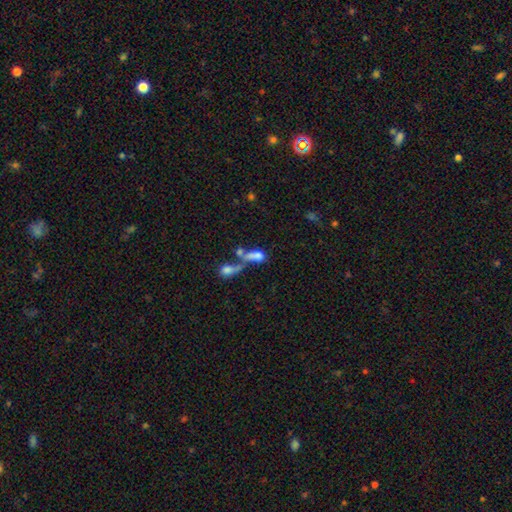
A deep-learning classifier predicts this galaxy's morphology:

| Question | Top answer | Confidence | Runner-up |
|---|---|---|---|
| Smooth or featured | smooth | 64% | featured or disk (23%) |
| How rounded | in between | 67% | cigar-shaped (20%) |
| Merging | merger | 61% | none (16%) |